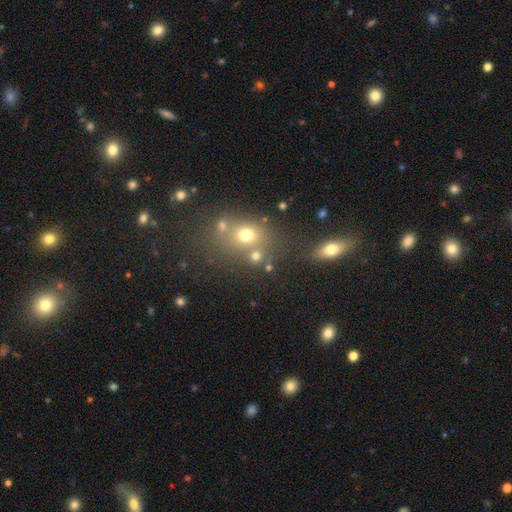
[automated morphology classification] Smooth or featured? Predicted: smooth (p=0.66). How rounded? Predicted: round (p=0.62). Merging? Predicted: none (p=0.57).